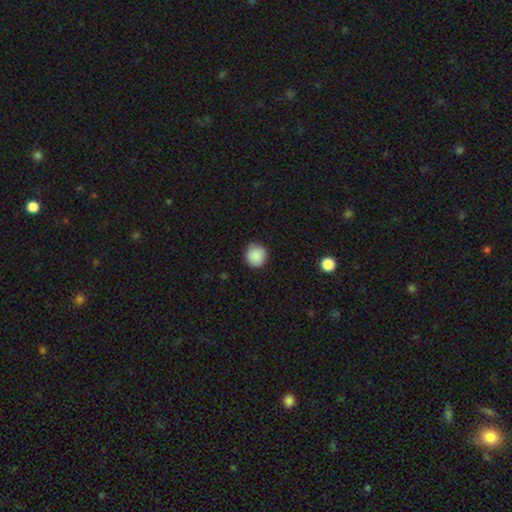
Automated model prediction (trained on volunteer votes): Smooth or featured? smooth (89%)
How rounded? round (93%)
Merging? none (90%)